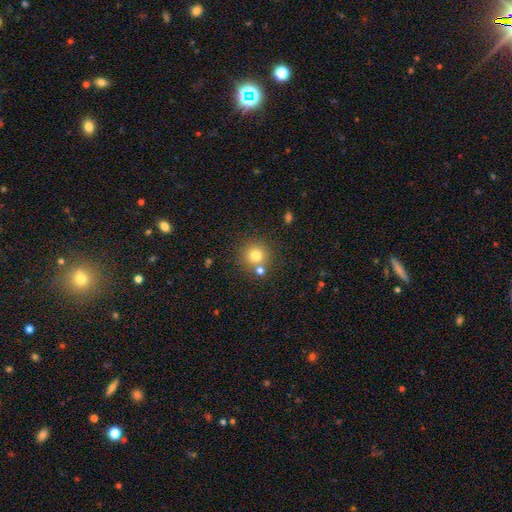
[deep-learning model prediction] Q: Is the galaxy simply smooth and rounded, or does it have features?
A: smooth — 78%.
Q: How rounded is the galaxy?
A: round — 93%.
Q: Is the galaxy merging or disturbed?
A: none — 72%.